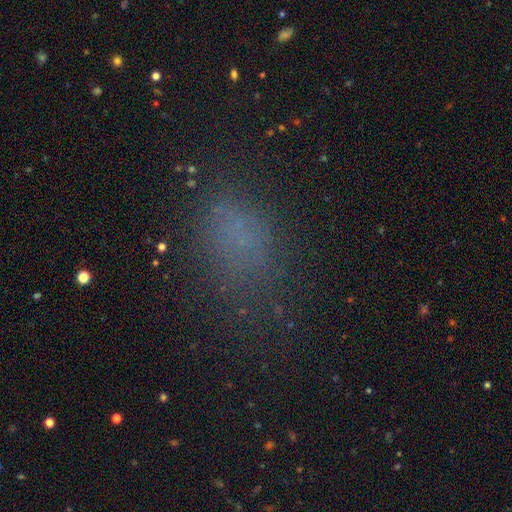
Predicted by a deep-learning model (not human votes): Smooth or featured? Predicted: smooth (p=0.55). How rounded? Predicted: in between (p=0.74). Merging? Predicted: none (p=0.62).